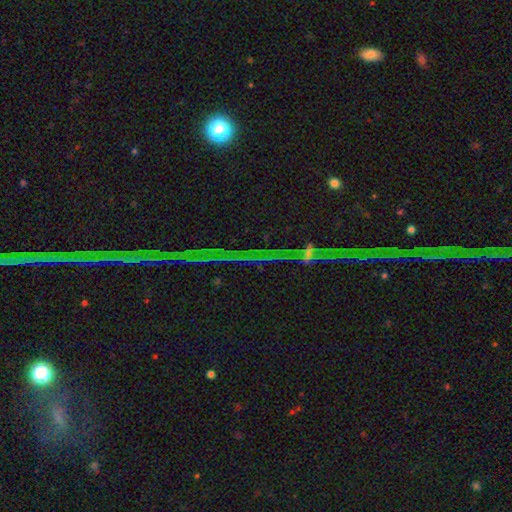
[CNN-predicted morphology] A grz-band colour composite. It shows a star or artifact, not a galaxy (79%).